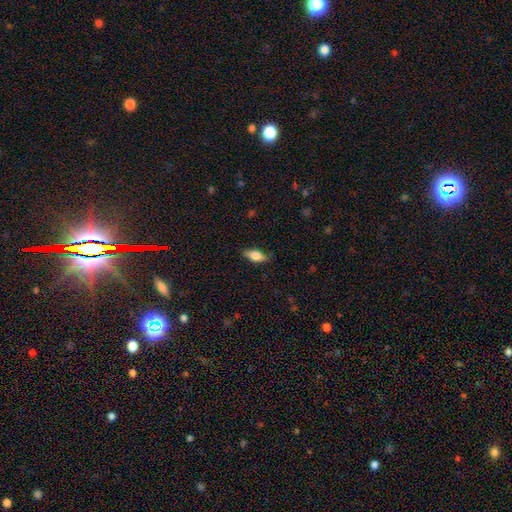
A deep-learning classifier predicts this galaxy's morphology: Smooth or featured?
  - smooth: 70% *
  - featured or disk: 22%
  - star or artifact: 7%
How rounded?
  - in between: 77% *
  - cigar-shaped: 19%
  - round: 4%
Merging?
  - none: 82% *
  - minor disturbance: 14%
  - major disturbance: 3%
  - merger: 1%